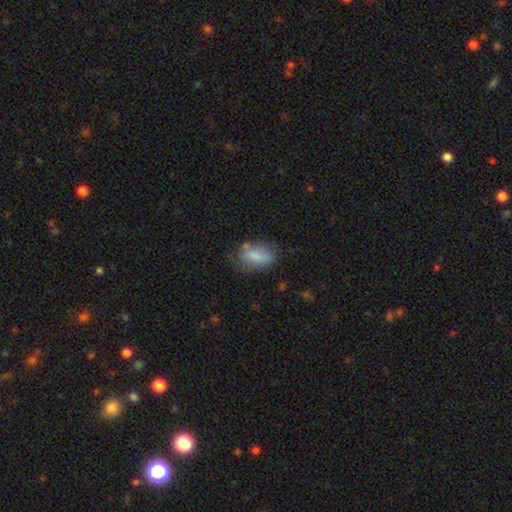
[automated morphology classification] smooth-or-featured: smooth: 77% | featured or disk: 15% | star or artifact: 8%
  how-rounded: in between: 87% | round: 9% | cigar-shaped: 4%
  merging: none: 59% | minor disturbance: 26% | major disturbance: 9% | merger: 6%